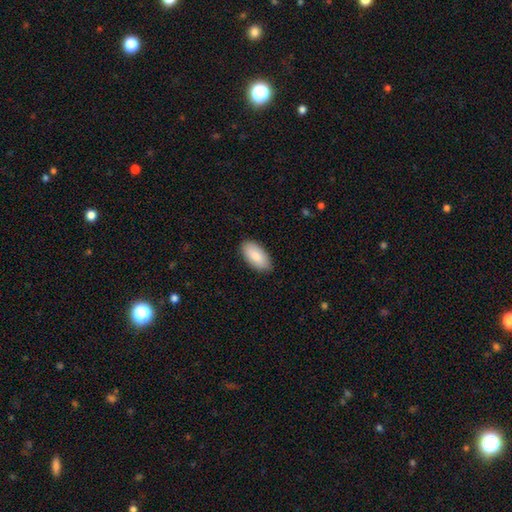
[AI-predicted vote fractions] A smooth galaxy with no disk features (86%) that is in between round and cigar-shaped (94%). Merging: none (86%).